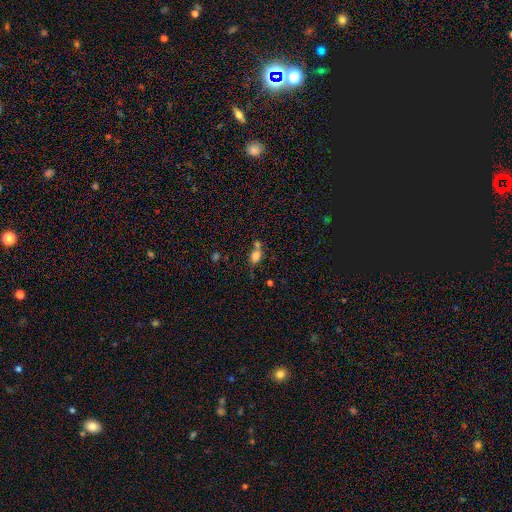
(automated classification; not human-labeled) Smooth or featured: smooth — 79% (star or artifact — 12%)
How rounded: in between — 67% (round — 30%)
Merging: none — 43% (merger — 38%)